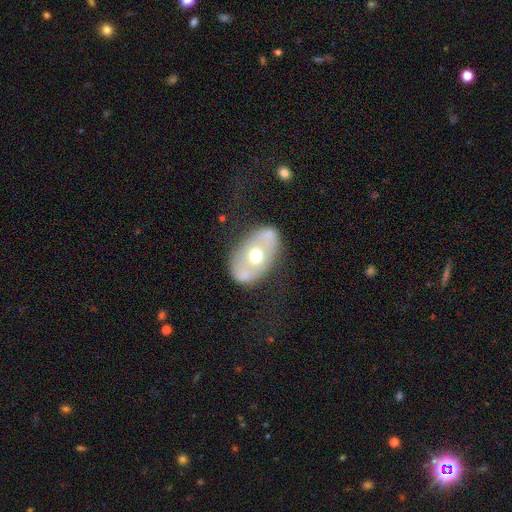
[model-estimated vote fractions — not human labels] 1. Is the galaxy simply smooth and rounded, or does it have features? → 57% featured or disk, 37% smooth, 6% star or artifact.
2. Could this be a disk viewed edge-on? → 90% no, 10% yes.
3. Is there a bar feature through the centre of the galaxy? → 81% no, 13% weak, 6% strong.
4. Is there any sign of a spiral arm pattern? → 80% no, 20% yes.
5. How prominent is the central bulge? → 68% moderate, 25% large, 4% small, 2% dominant, 1% none.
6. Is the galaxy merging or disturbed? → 75% none, 15% minor disturbance, 8% major disturbance, 2% merger.